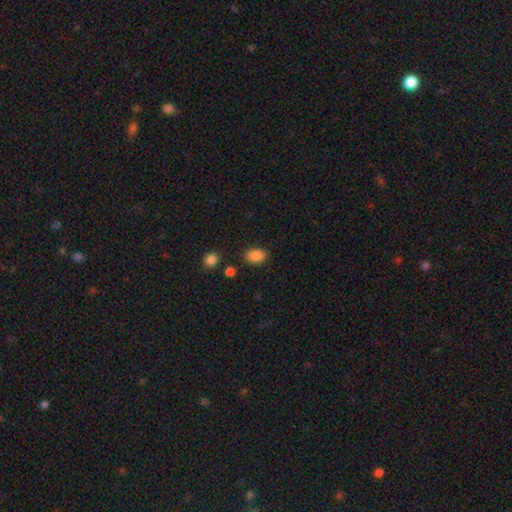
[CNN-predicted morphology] Smooth or featured? smooth (87%)
How rounded? in between (81%)
Merging? none (81%)